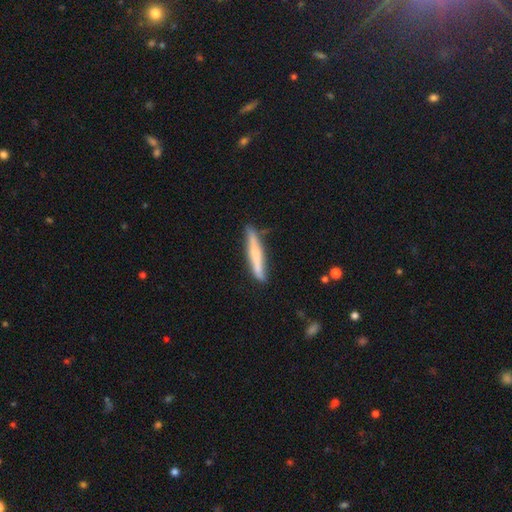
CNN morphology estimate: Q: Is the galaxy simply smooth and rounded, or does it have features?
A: smooth — 56%.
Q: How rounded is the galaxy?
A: cigar-shaped — 94%.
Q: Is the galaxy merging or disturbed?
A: none — 79%.